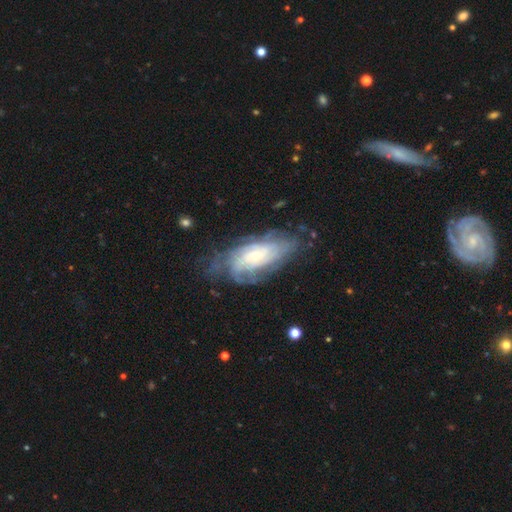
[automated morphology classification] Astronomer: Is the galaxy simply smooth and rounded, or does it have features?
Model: featured or disk — 79%.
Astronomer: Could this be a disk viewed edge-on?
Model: no — 92%.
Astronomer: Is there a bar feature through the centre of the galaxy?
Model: no — 69%.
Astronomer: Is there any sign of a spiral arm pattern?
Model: yes — 90%.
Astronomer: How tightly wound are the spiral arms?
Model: tight — 65%.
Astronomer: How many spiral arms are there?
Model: can't tell — 53%.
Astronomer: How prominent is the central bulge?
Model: small — 69%.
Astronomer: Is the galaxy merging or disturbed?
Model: none — 63%.